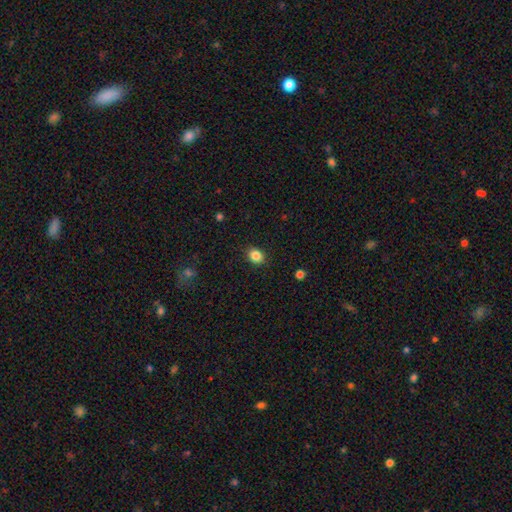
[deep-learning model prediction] smooth 86%, star or artifact 10%, featured or disk 5%. Down the decision tree: how rounded — round (50%); merging — none (89%).